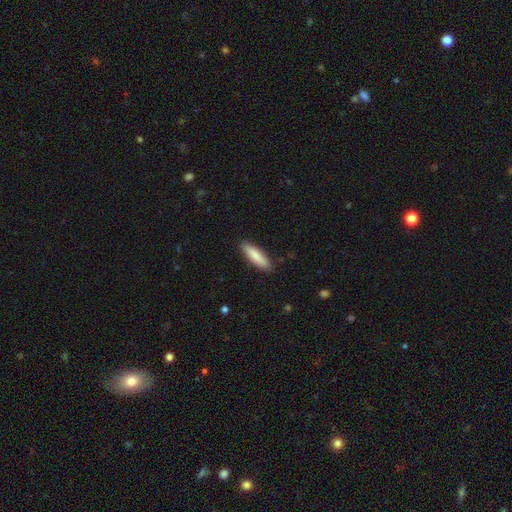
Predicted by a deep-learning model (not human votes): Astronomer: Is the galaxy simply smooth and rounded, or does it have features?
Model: smooth — 82%.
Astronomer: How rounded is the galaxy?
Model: cigar-shaped — 67%.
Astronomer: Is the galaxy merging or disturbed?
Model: none — 88%.